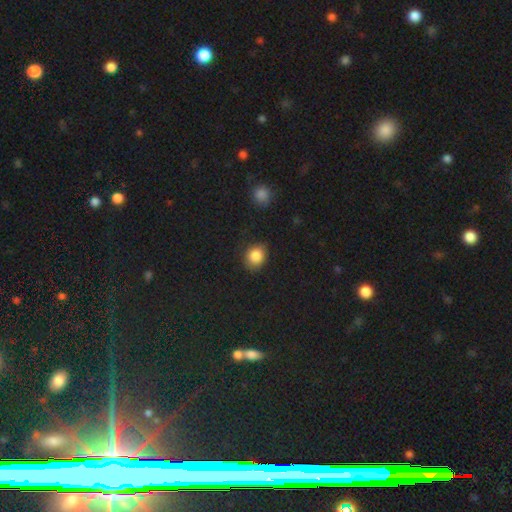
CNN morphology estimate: smooth-or-featured: smooth: 86% | star or artifact: 9% | featured or disk: 5%
  how-rounded: round: 66% | in between: 33% | cigar-shaped: 1%
  merging: none: 77% | minor disturbance: 18% | major disturbance: 4% | merger: 2%